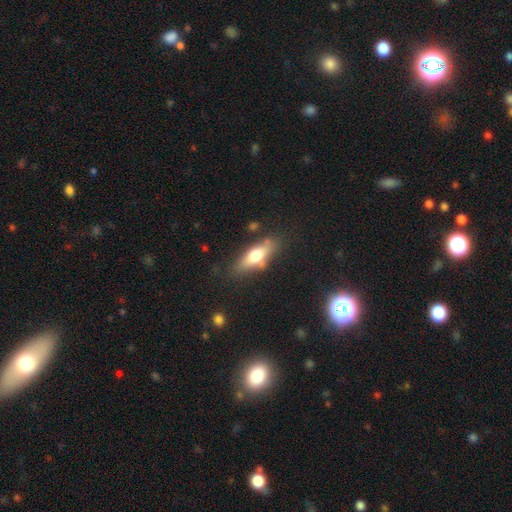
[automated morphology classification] The model was most divided on "how rounded": in between: 58%, cigar-shaped: 39%, round: 3%. More confident: merging — none (70%); smooth or featured — smooth (61%).